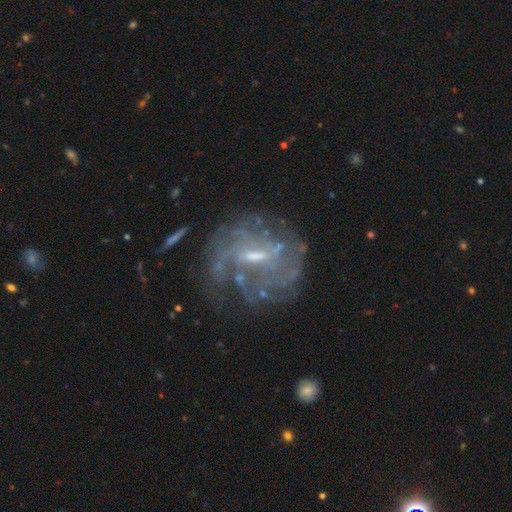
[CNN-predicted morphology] Q: Smooth or featured?
A: featured or disk (82%); runner-up: smooth (9%)
Q: Edge-on disk?
A: no (96%); runner-up: yes (4%)
Q: Bar?
A: weak (56%); runner-up: strong (22%)
Q: Spiral arms?
A: yes (83%); runner-up: no (17%)
Q: Spiral winding?
A: tight (47%); runner-up: medium (36%)
Q: Spiral arm count?
A: can't tell (49%); runner-up: 4 (13%)
Q: Bulge size?
A: small (44%); runner-up: moderate (39%)
Q: Merging?
A: none (61%); runner-up: minor disturbance (18%)